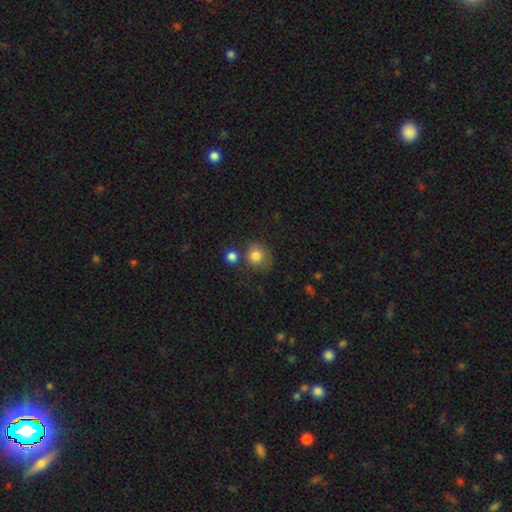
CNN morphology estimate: This appears to be a smooth galaxy with no disk features (82%) that is round (83%). Merging: none (60%).